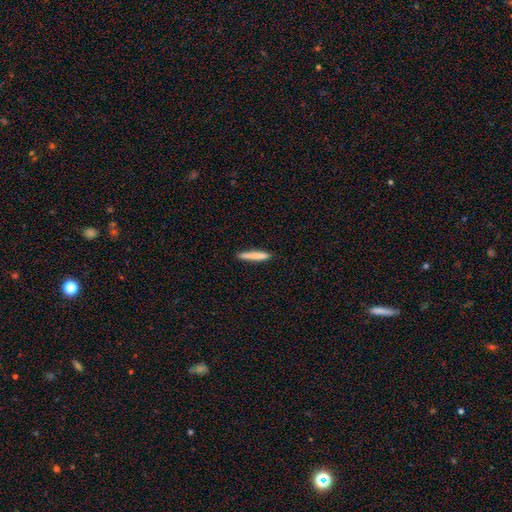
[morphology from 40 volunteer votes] Smooth or featured?
  - smooth: 85% *
  - featured or disk: 15%
  - star or artifact: 0%
How rounded?
  - cigar-shaped: 100% *
  - round: 0%
  - in between: 0%
Merging?
  - none: 90% *
  - minor disturbance: 5%
  - merger: 5%
  - major disturbance: 0%